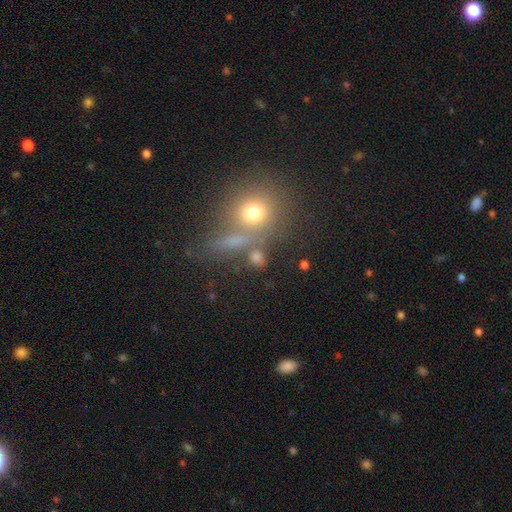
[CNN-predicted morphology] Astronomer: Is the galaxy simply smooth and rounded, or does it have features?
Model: smooth — 62%.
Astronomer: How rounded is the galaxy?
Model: round — 62%.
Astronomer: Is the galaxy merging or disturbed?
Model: none — 62%.